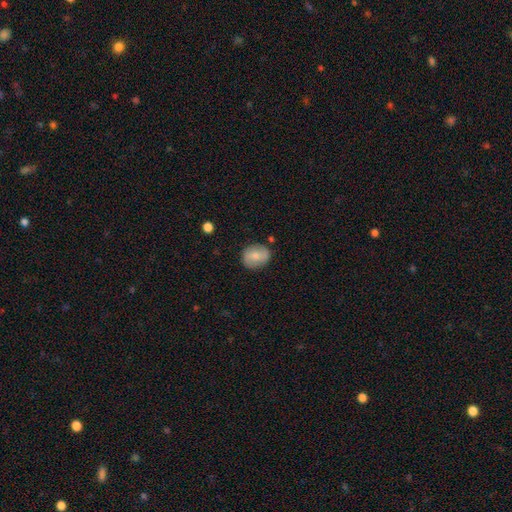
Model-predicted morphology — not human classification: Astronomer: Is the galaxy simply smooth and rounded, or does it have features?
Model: smooth — 69%.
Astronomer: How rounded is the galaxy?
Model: round — 58% (runner-up: in between, 41%).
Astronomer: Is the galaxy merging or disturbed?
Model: none — 81%.